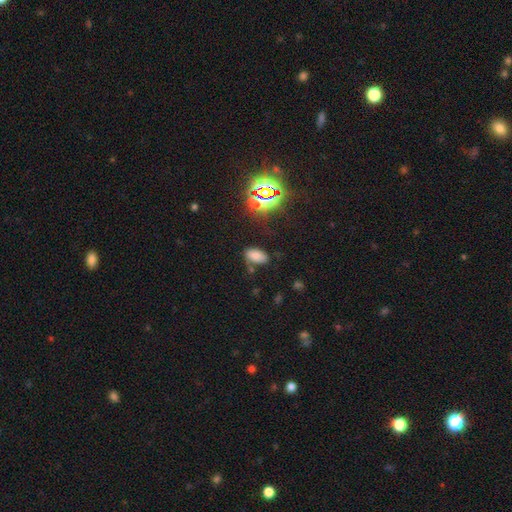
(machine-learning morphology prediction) A smooth galaxy with no disk features (70%) that is in between round and cigar-shaped (93%). Merging: none (76%).